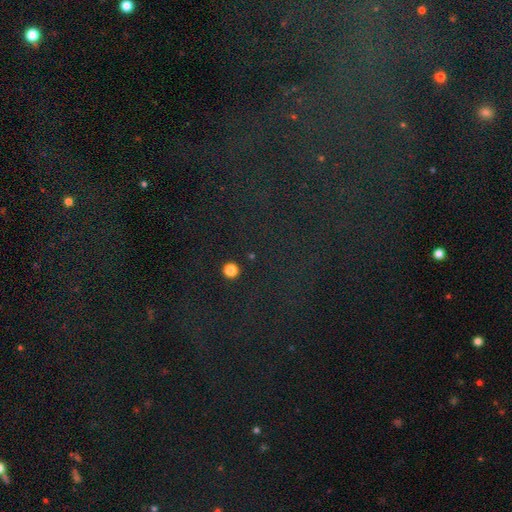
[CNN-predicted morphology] smooth_or_featured: star or artifact (p=0.80) [alt: smooth p=0.11]